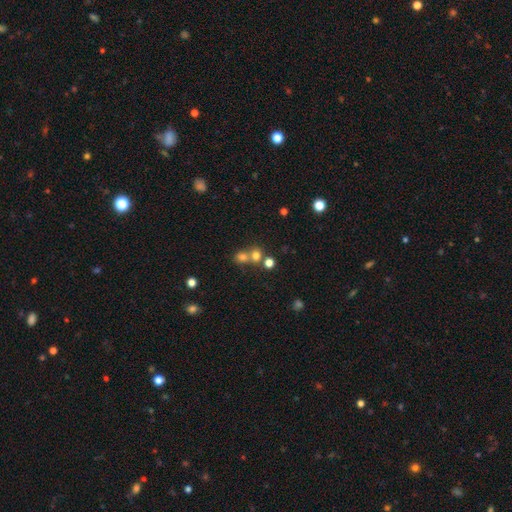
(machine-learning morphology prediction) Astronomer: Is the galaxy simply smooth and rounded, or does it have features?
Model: smooth — 69%.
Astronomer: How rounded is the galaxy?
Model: round — 80%.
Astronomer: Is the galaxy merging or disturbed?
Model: merger — 45%, tied with none at 45%.